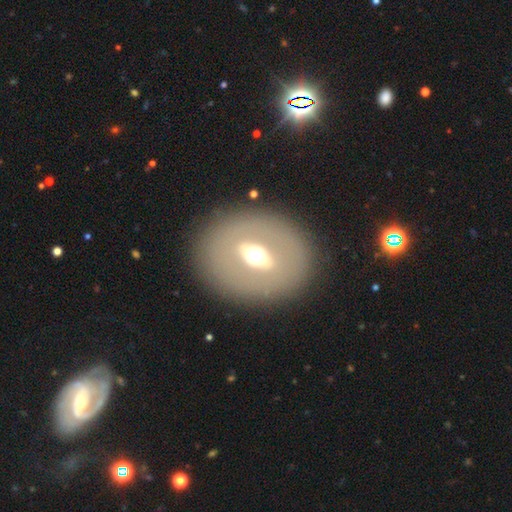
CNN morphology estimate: Q: Smooth or featured?
A: featured or disk (54%); runner-up: smooth (36%)
Q: Edge-on disk?
A: no (81%); runner-up: yes (19%)
Q: Merging?
A: none (85%); runner-up: minor disturbance (8%)